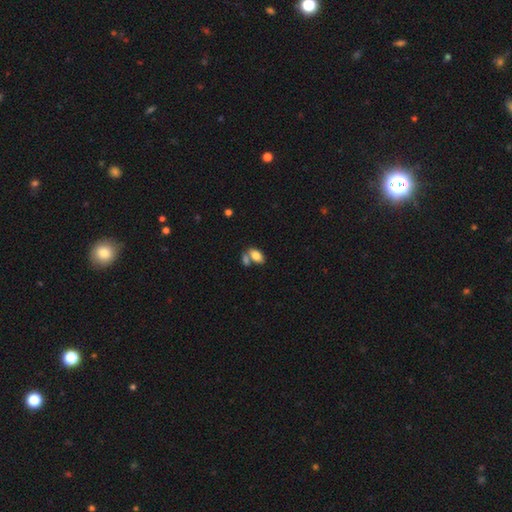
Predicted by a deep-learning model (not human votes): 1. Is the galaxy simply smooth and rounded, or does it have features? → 82% smooth, 10% featured or disk, 8% star or artifact.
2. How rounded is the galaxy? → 91% in between, 6% round, 2% cigar-shaped.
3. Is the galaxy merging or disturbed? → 43% merger, 42% none, 11% minor disturbance, 4% major disturbance.